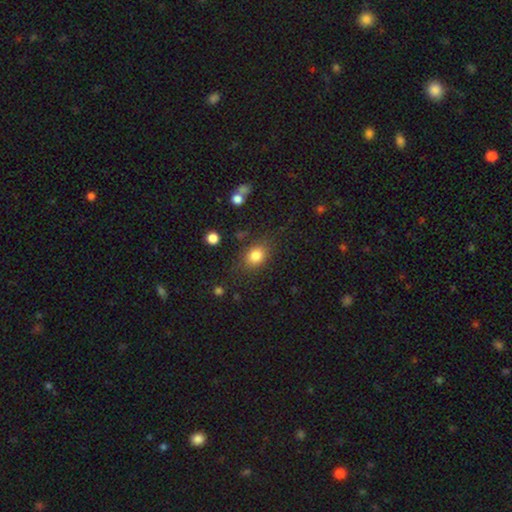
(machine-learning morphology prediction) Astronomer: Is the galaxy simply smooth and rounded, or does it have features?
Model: smooth — 82%.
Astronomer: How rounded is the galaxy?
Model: in between — 58% (runner-up: round, 41%).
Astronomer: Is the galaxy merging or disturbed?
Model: none — 77%.